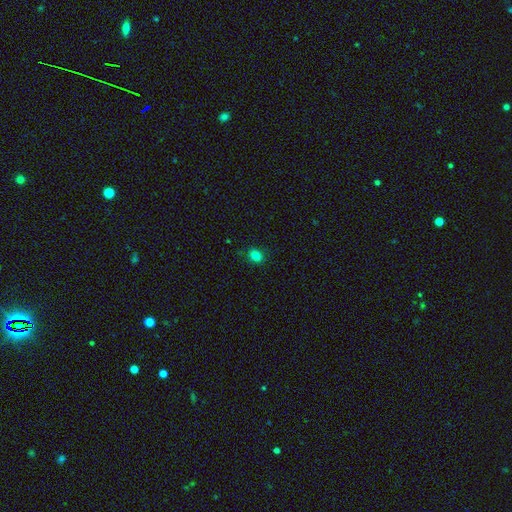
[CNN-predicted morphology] This appears to be a smooth galaxy with no disk features (82%) that is round (53%). Merging: none (87%).